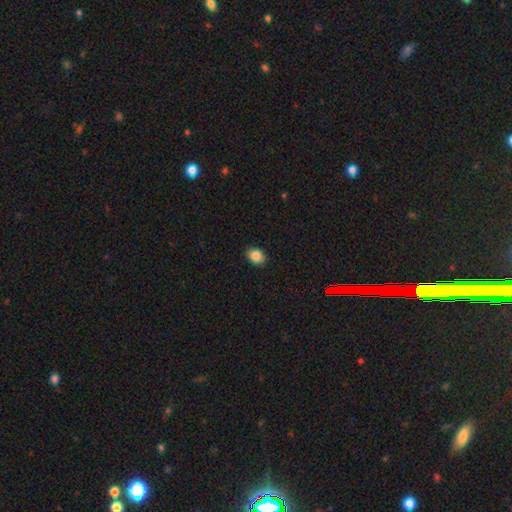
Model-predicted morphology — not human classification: Smooth or featured?
  - smooth: 87% *
  - star or artifact: 9%
  - featured or disk: 4%
How rounded?
  - in between: 63% *
  - round: 36%
  - cigar-shaped: 1%
Merging?
  - none: 89% *
  - minor disturbance: 8%
  - major disturbance: 2%
  - merger: 1%